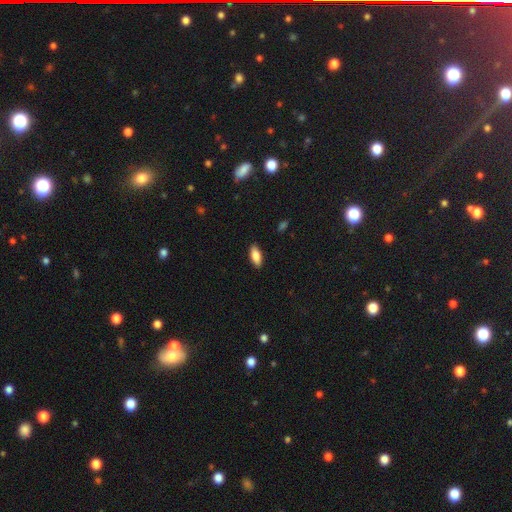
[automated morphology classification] smooth 83%, featured or disk 10%, star or artifact 6%. Down the decision tree: how rounded — in between (81%); merging — none (89%).